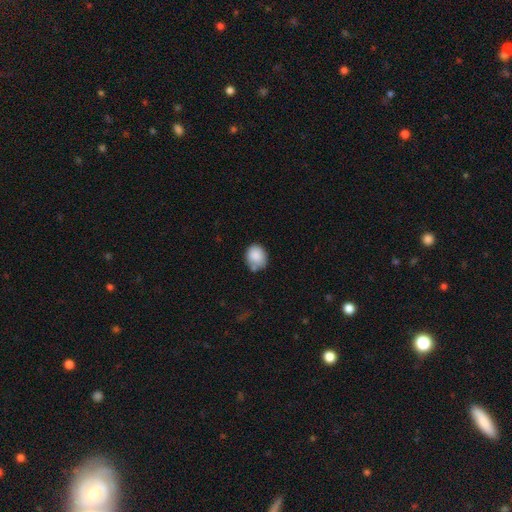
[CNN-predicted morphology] This appears to be a smooth galaxy with no disk features (87%) that is round (66%). Merging: none (60%).